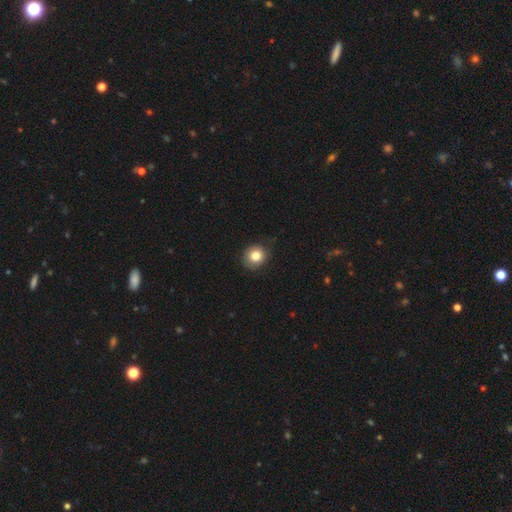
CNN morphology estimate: Smooth or featured: smooth — 82% (star or artifact — 10%)
How rounded: round — 86% (in between — 13%)
Merging: none — 84% (minor disturbance — 13%)